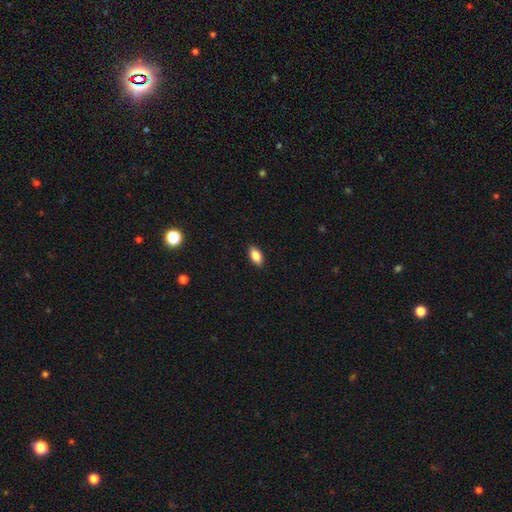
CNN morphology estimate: smooth_or_featured: smooth (p=0.86) [alt: star or artifact p=0.08]
how_rounded: in between (p=0.91) [alt: cigar-shaped p=0.05]
merging: none (p=0.89) [alt: minor disturbance p=0.08]